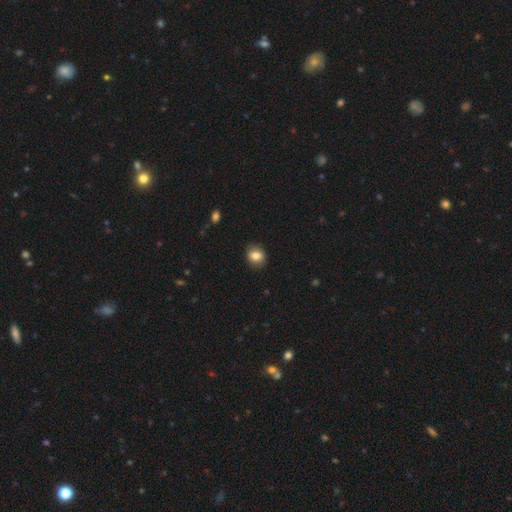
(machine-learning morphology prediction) The model was most divided on "how rounded": round: 60%, in between: 39%, cigar-shaped: 1%. More confident: merging — none (86%); smooth or featured — smooth (83%).